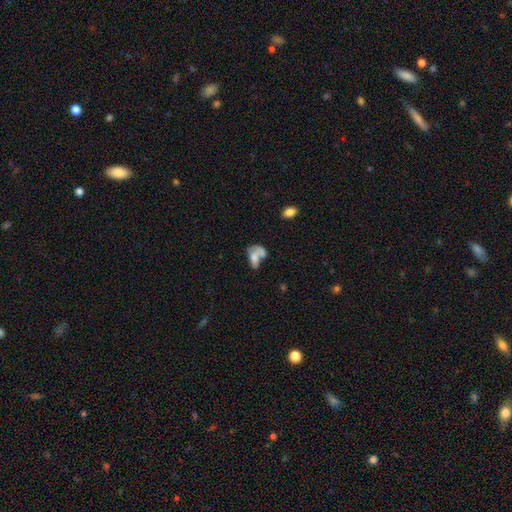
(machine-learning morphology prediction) Overall: smooth (61%; featured or disk 28%). How rounded: in between (83%). Merging: merger (56%; none 18%).